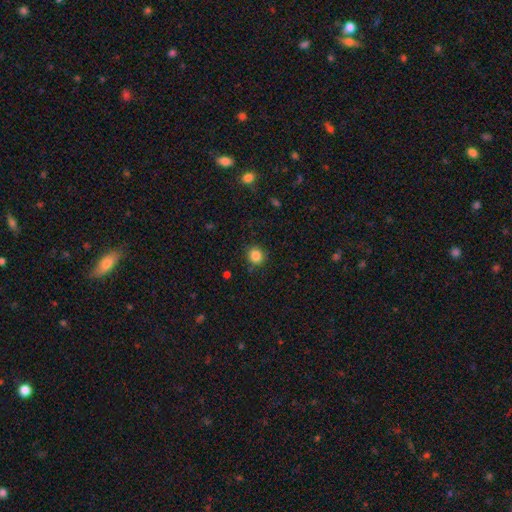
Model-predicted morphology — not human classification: type=smooth (85%); roundness=round (86%); merging=none (85%).